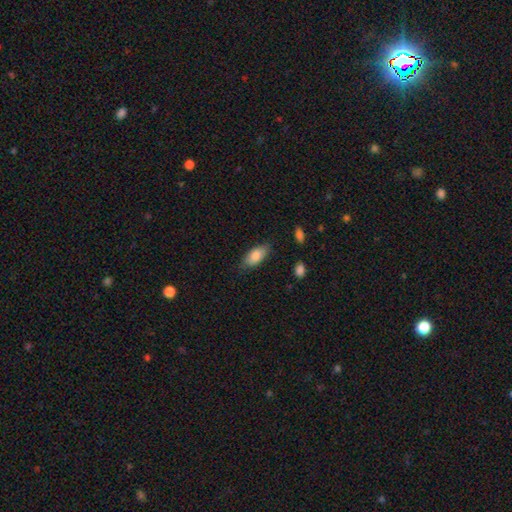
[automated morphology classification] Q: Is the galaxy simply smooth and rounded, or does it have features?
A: smooth — 83%.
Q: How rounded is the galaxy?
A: in between — 87%.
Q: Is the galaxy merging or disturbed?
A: none — 79%.